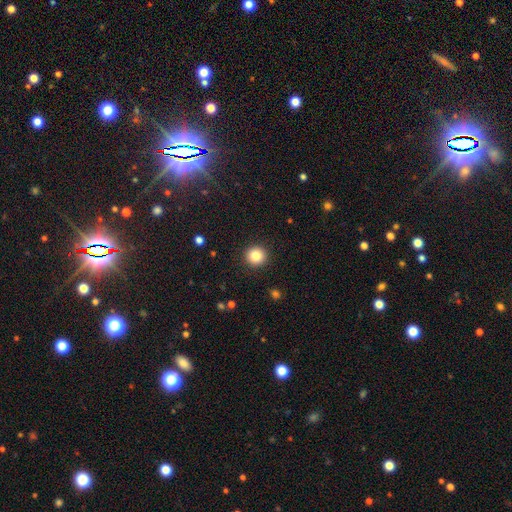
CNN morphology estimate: type=smooth (84%); roundness=round (94%); merging=none (92%).